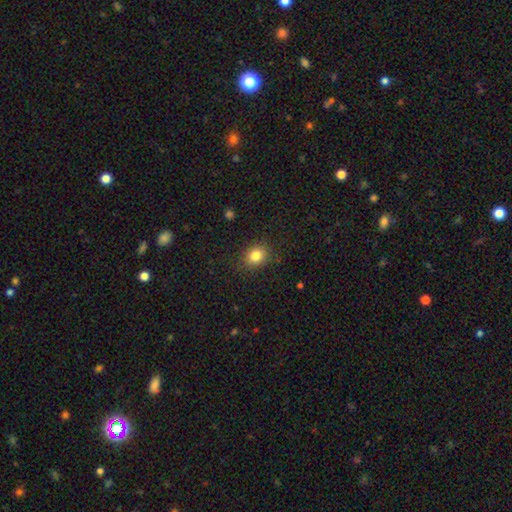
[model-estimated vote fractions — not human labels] Overall: smooth (83%). How rounded: round (56%; in between 43%). Merging: none (86%).